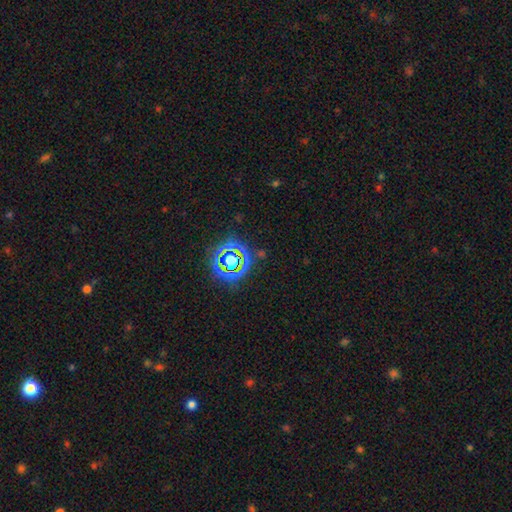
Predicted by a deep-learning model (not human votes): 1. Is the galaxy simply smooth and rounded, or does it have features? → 79% star or artifact, 13% smooth, 9% featured or disk.